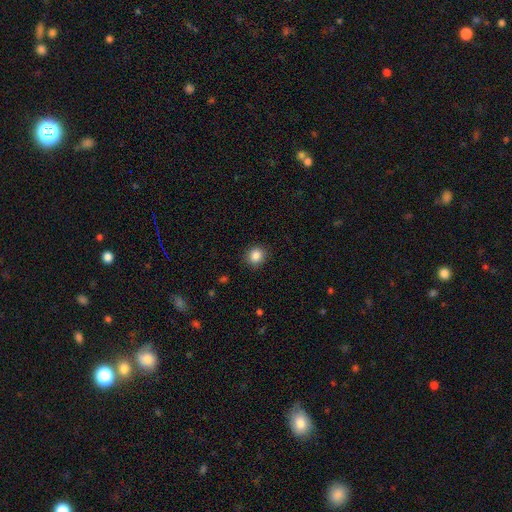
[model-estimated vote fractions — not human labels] Morphology: type=smooth (86%); roundness=round (85%); merging=none (89%).